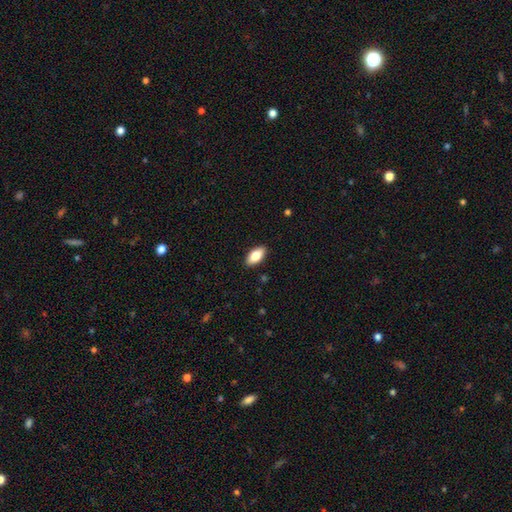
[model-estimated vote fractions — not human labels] smooth 79%, featured or disk 14%, star or artifact 7%. Down the decision tree: how rounded — in between (91%); merging — none (89%).